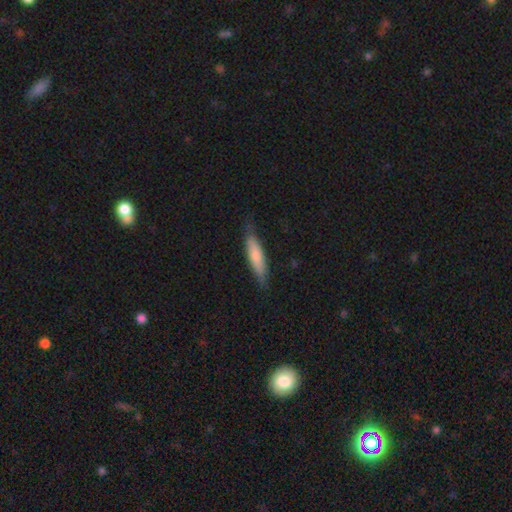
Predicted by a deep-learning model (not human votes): The model was most divided on "how rounded": cigar-shaped: 75%, in between: 23%, round: 2%. More confident: merging — none (76%); smooth or featured — smooth (75%).